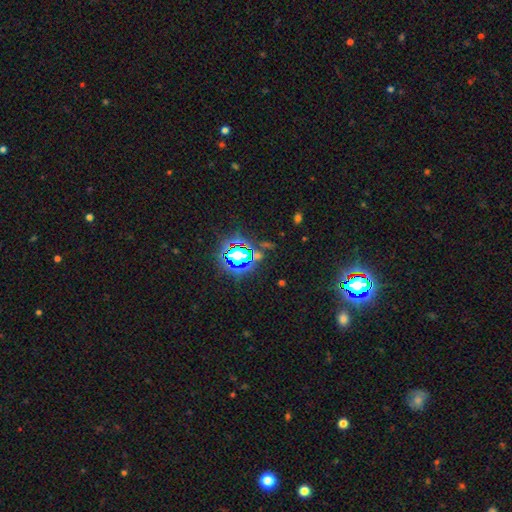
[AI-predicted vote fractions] The model was most divided on "smooth or featured": star or artifact: 77%, smooth: 15%, featured or disk: 8%.